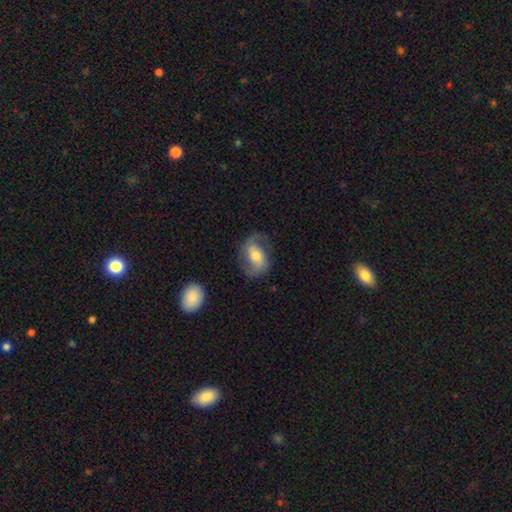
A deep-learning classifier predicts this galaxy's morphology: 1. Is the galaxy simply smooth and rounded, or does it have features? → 71% featured or disk, 22% smooth, 7% star or artifact.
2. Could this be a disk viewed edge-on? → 97% no, 3% yes.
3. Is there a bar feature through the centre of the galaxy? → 41% weak, 40% no, 19% strong.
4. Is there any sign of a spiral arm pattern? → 91% yes, 9% no.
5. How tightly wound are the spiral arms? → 45% medium, 39% loose, 16% tight.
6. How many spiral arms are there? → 86% 2, 5% 1, 5% can't tell, 1% 3, 1% 4, 1% more than 4.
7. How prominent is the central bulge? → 65% moderate, 22% small, 10% large, 2% none, 1% dominant.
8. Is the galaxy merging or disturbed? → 66% none, 20% minor disturbance, 12% major disturbance, 2% merger.